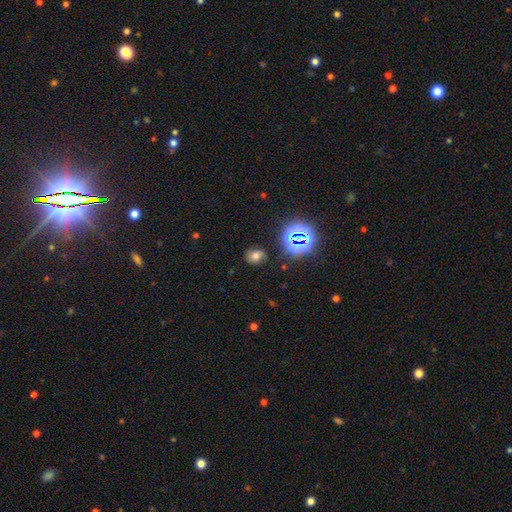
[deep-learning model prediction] smooth 58%, star or artifact 27%, featured or disk 15%. Down the decision tree: how rounded — round (54%); merging — none (78%).